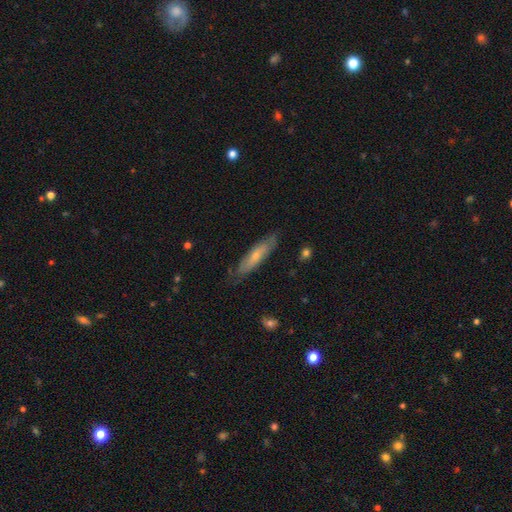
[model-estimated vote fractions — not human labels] smooth-or-featured: smooth: 51% | featured or disk: 43% | star or artifact: 6%
  how-rounded: cigar-shaped: 72% | in between: 26% | round: 2%
  merging: none: 75% | minor disturbance: 19% | major disturbance: 4% | merger: 1%